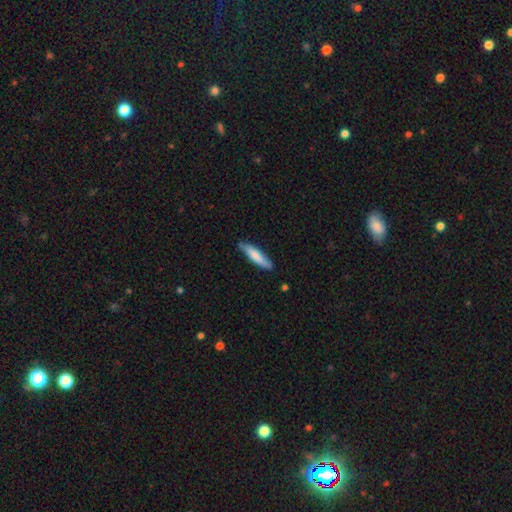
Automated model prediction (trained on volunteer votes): A smooth galaxy with no disk features (72%) that is cigar-shaped (79%). Merging: none (81%).